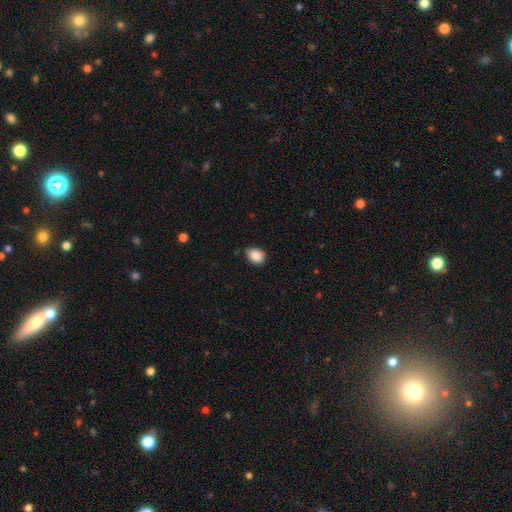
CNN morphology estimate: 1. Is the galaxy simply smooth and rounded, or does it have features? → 89% smooth, 8% star or artifact, 3% featured or disk.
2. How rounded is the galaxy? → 58% in between, 41% round, 1% cigar-shaped.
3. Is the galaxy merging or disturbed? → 73% none, 22% minor disturbance, 3% major disturbance, 2% merger.